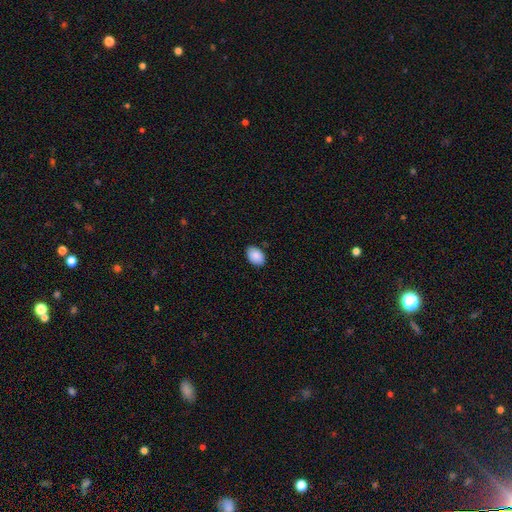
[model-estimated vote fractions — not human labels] Smooth or featured? smooth (89%)
How rounded? in between (86%)
Merging? none (88%)